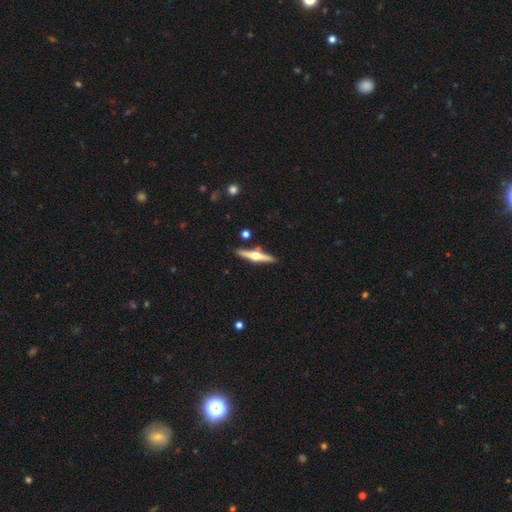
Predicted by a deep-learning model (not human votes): A featured or disk galaxy (72%) viewed edge-on (97%) with a rounded central bulge (95%).

Vote fractions:
- Smooth or featured? featured or disk: 72% / smooth: 23% / star or artifact: 5%
- Edge-on disk? yes: 97% / no: 3%
- Edge-on bulge? rounded: 95% / boxy: 3% / none: 2%
- Merging? none: 87% / minor disturbance: 8% / merger: 4% / major disturbance: 2%